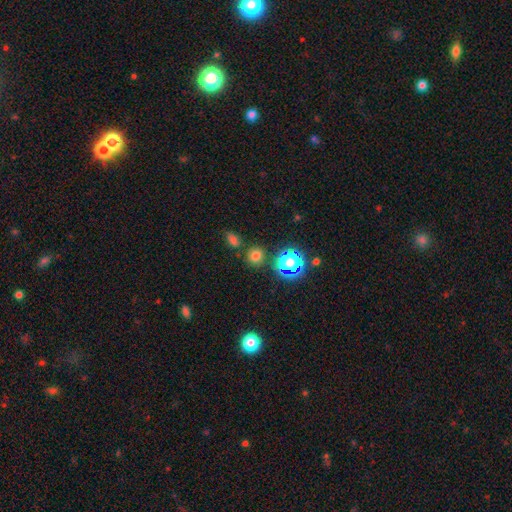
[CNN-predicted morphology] smooth_or_featured: smooth (p=0.70) [alt: star or artifact p=0.24]
how_rounded: round (p=0.83) [alt: in between p=0.15]
merging: none (p=0.79) [alt: minor disturbance p=0.09]